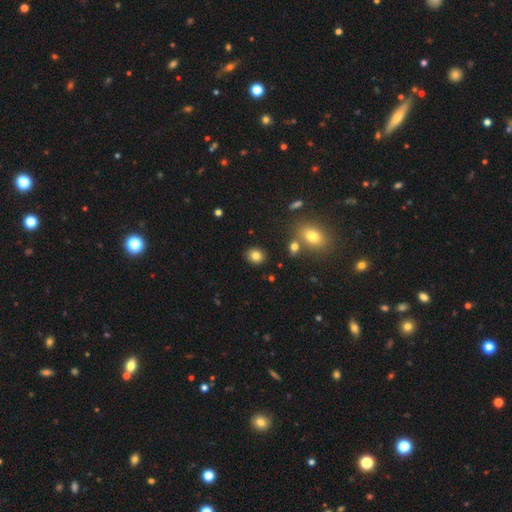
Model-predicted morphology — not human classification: This is clearly a smooth galaxy (82%). How rounded: likely round (67%). Merging: clearly none (87%).